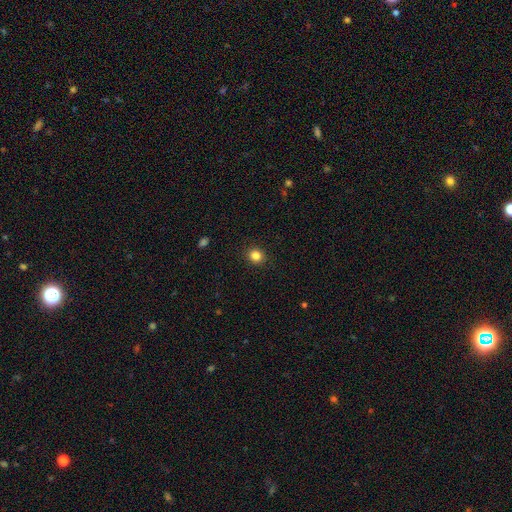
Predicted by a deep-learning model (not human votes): smooth_or_featured: smooth (p=0.84) [alt: star or artifact p=0.11]
how_rounded: round (p=0.84) [alt: in between p=0.15]
merging: none (p=0.91) [alt: minor disturbance p=0.06]